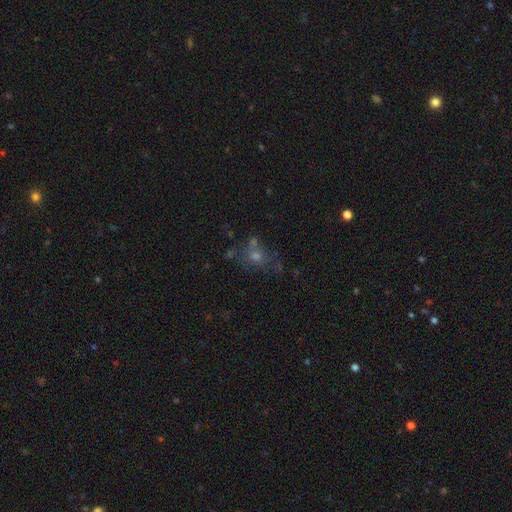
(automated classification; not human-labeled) Q: Smooth or featured?
A: smooth (38%); runner-up: star or artifact (33%)
Q: Merging?
A: none (52%); runner-up: merger (19%)